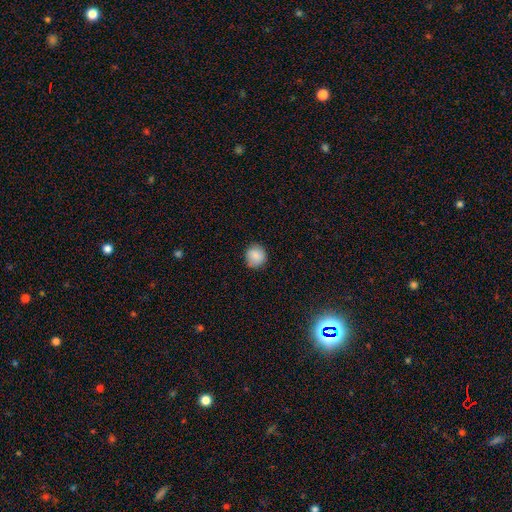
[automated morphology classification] Smooth or featured? Predicted: smooth (p=0.85). How rounded? Predicted: round (p=0.91). Merging? Predicted: none (p=0.86).